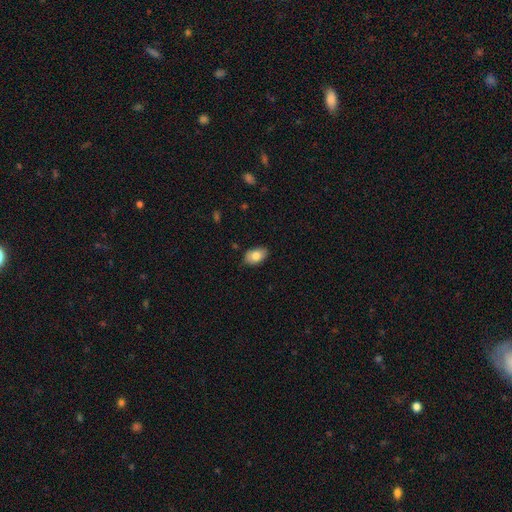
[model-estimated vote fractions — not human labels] smooth-or-featured: smooth: 80% | featured or disk: 13% | star or artifact: 7%
  how-rounded: in between: 90% | round: 9% | cigar-shaped: 1%
  merging: none: 82% | minor disturbance: 15% | major disturbance: 2% | merger: 1%